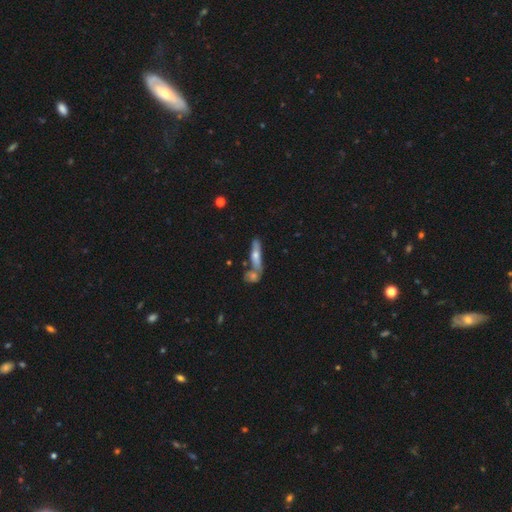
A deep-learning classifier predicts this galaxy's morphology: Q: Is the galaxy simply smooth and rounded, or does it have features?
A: featured or disk — 47%.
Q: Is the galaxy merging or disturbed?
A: none — 56%.